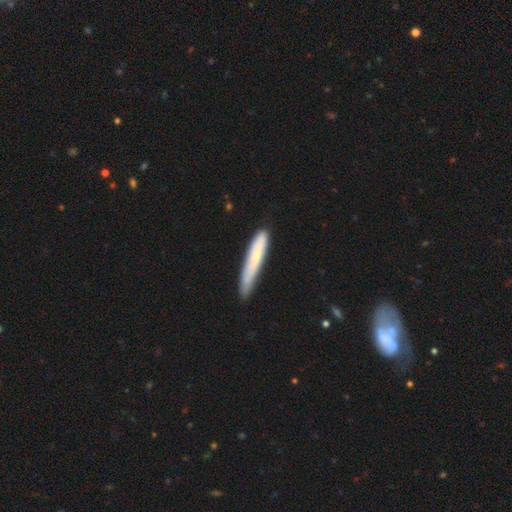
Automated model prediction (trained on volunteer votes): smooth 67%, featured or disk 28%, star or artifact 6%. Down the decision tree: how rounded — cigar-shaped (93%); merging — none (70%).